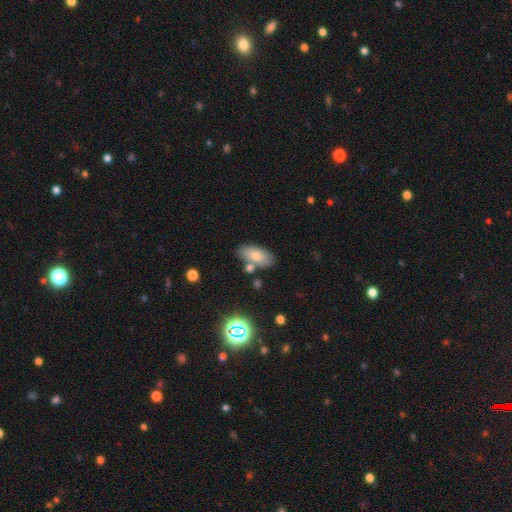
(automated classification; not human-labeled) smooth 77%, featured or disk 14%, star or artifact 8%. Down the decision tree: how rounded — in between (91%); merging — none (70%).